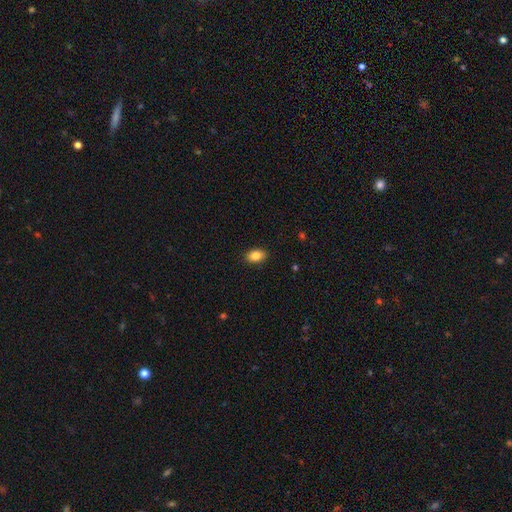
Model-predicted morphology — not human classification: This appears to be a smooth galaxy with no disk features (85%) that is in between round and cigar-shaped (86%). Merging: none (89%).